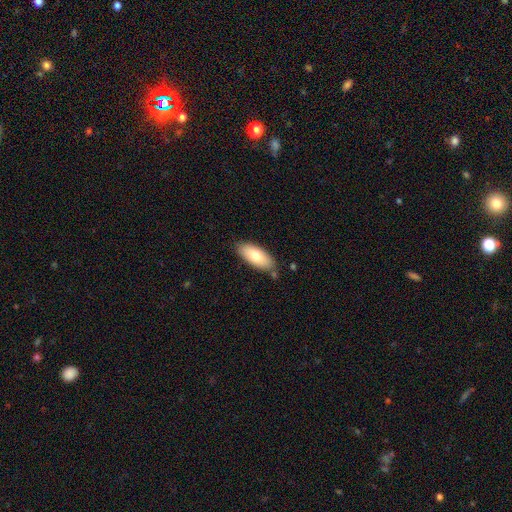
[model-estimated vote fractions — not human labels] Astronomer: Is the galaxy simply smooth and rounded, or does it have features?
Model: smooth — 76%.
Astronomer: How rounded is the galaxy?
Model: in between — 85%.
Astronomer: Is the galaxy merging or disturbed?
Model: none — 80%.